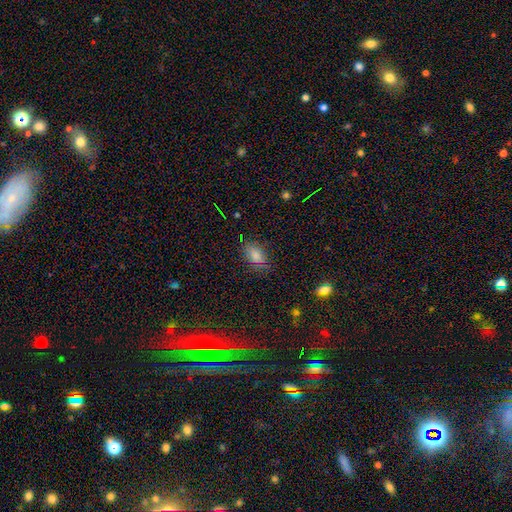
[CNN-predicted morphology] Q: Smooth or featured?
A: smooth (79%); runner-up: star or artifact (13%)
Q: How rounded?
A: in between (88%); runner-up: round (10%)
Q: Merging?
A: none (79%); runner-up: minor disturbance (15%)